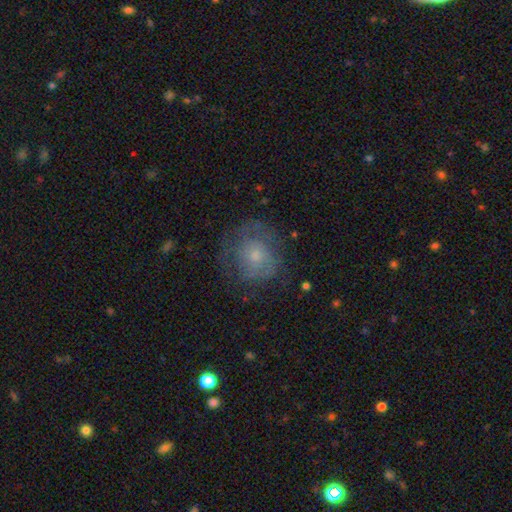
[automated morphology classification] Q: Smooth or featured?
A: featured or disk (46%); runner-up: smooth (45%)
Q: Merging?
A: none (63%); runner-up: minor disturbance (21%)